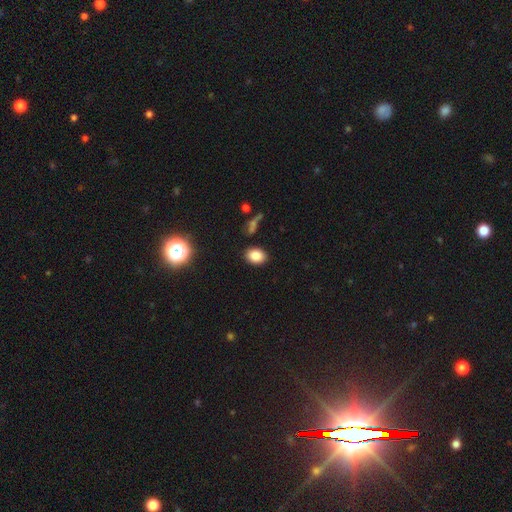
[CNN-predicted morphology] The model was most divided on "how rounded": in between: 71%, round: 27%, cigar-shaped: 1%. More confident: merging — none (86%); smooth or featured — smooth (83%).